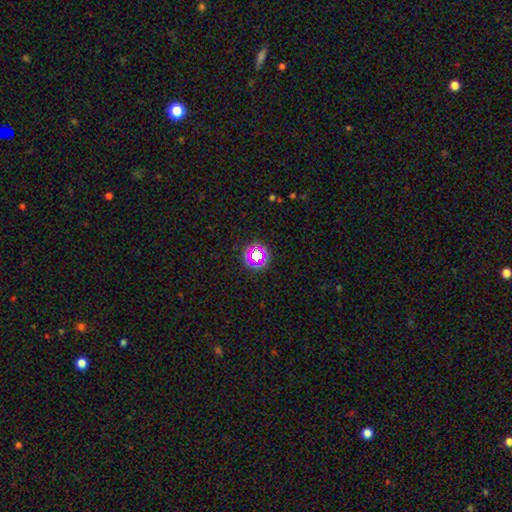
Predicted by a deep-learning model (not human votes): Smooth or featured: star or artifact — 55% (smooth — 33%)